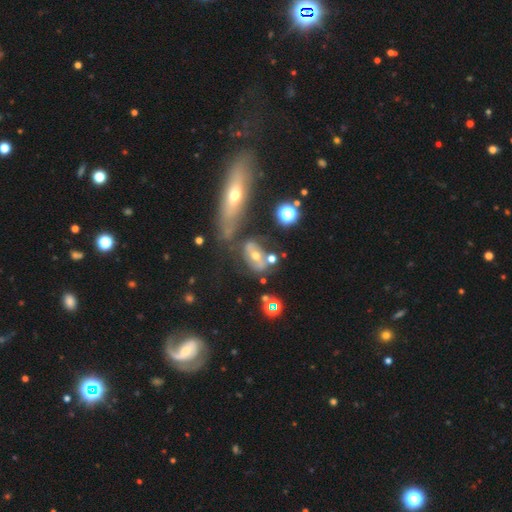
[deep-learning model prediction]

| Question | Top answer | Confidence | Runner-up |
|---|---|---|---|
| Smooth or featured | featured or disk | 53% | smooth (33%) |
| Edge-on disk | no | 78% | yes (22%) |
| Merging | none | 49% | merger (19%) |